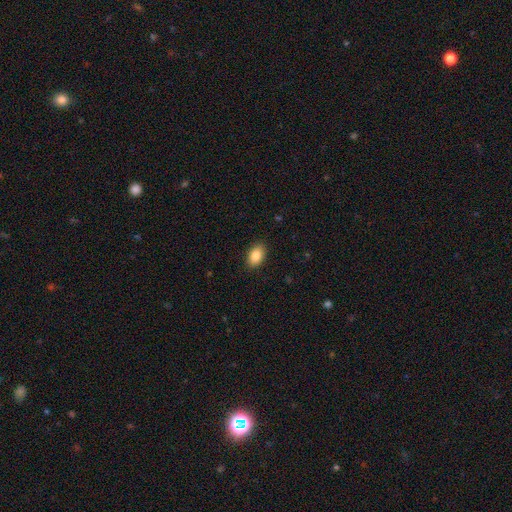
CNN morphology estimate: smooth 87%, star or artifact 8%, featured or disk 6%. Down the decision tree: how rounded — in between (90%); merging — none (89%).